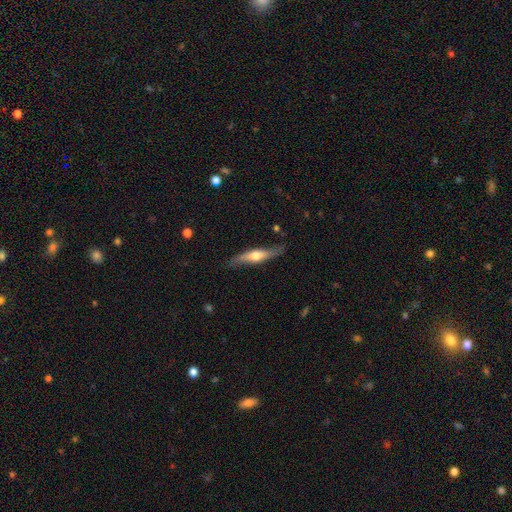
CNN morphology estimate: This appears to be a featured or disk galaxy (59%) viewed edge-on (83%). Merging: none (76%).